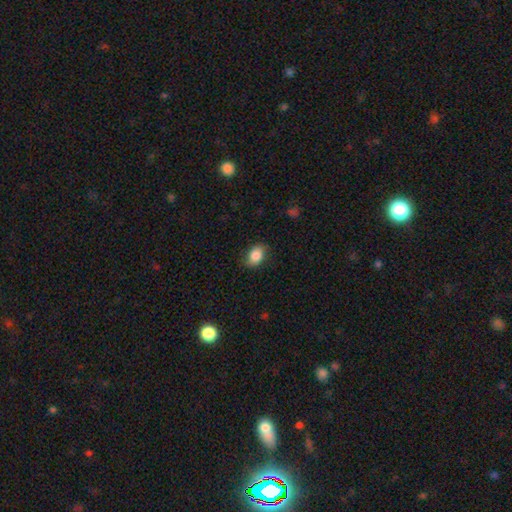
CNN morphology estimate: A smooth galaxy with no disk features (83%) that is in between round and cigar-shaped (79%).

Vote fractions:
- Smooth or featured? smooth: 83% / featured or disk: 9% / star or artifact: 8%
- How rounded? in between: 79% / round: 20% / cigar-shaped: 1%
- Merging? none: 79% / minor disturbance: 16% / major disturbance: 4% / merger: 1%